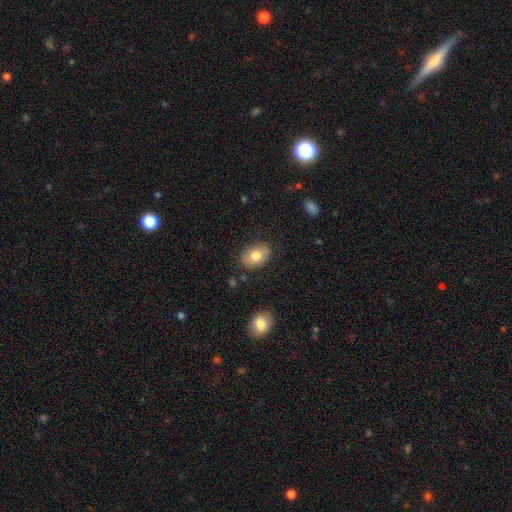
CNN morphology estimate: Overall: smooth (78%). How rounded: in between (82%). Merging: none (83%).